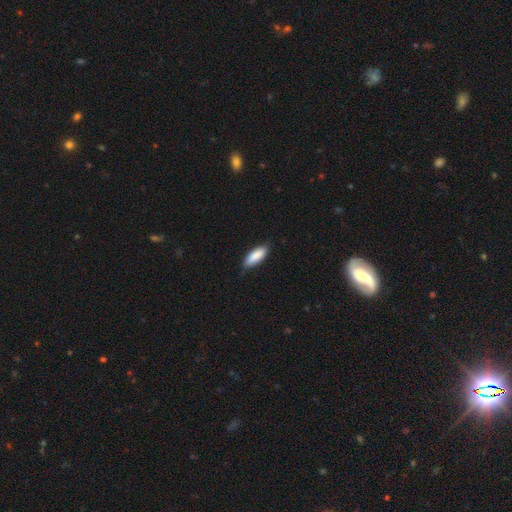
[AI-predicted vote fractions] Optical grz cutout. It shows a smooth galaxy with no disk features (88%) that is in between round and cigar-shaped (66%). Merging: none (80%).